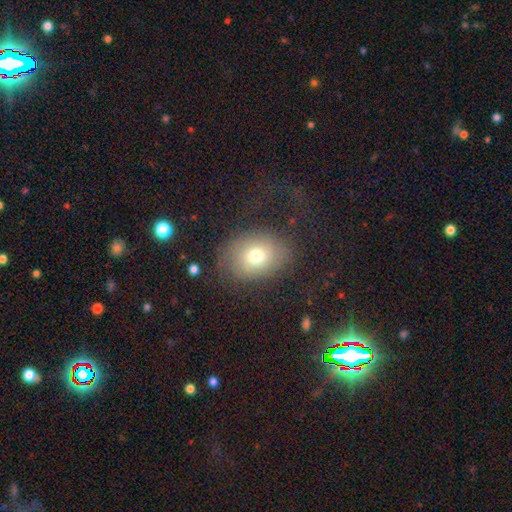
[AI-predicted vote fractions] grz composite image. It shows a smooth galaxy with no disk features (67%) that is in between round and cigar-shaped (59%). Merging: none (70%).